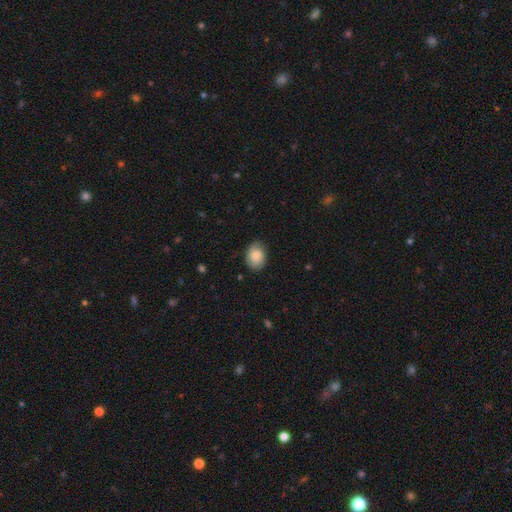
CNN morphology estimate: Smooth or featured?
  - smooth: 78% *
  - featured or disk: 15%
  - star or artifact: 7%
How rounded?
  - in between: 67% *
  - round: 32%
  - cigar-shaped: 1%
Merging?
  - none: 77% *
  - minor disturbance: 18%
  - major disturbance: 4%
  - merger: 1%